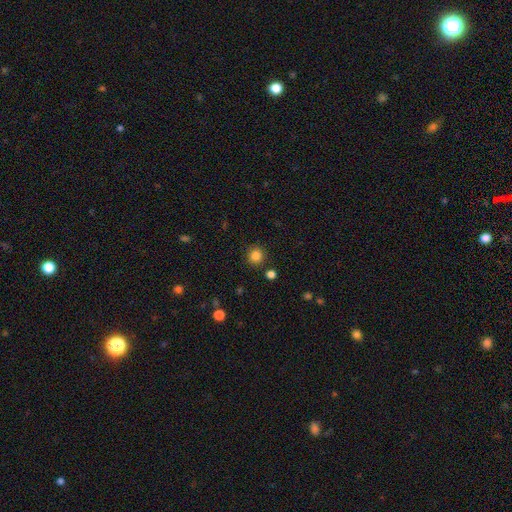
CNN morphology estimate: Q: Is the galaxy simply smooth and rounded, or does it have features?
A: smooth — 83%.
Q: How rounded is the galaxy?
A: round — 92%.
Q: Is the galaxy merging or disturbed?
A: none — 87%.